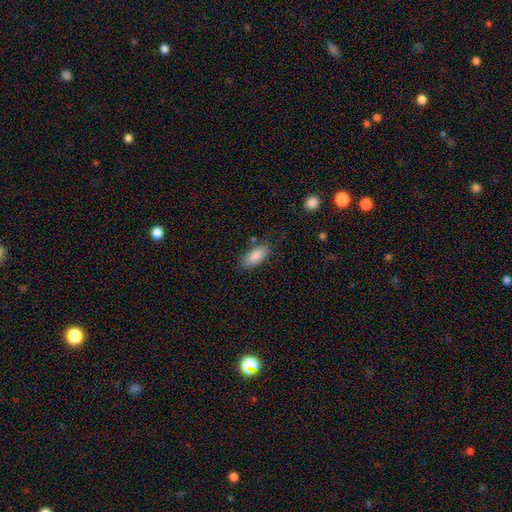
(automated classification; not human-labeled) A smooth galaxy with no disk features (87%) that is in between round and cigar-shaped (86%).

Vote fractions:
- Smooth or featured? smooth: 87% / featured or disk: 7% / star or artifact: 7%
- How rounded? in between: 86% / cigar-shaped: 12% / round: 2%
- Merging? none: 78% / minor disturbance: 16% / major disturbance: 4% / merger: 3%